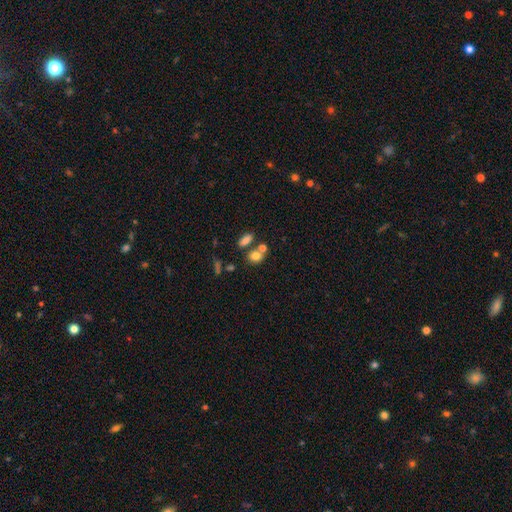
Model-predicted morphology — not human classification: Smooth or featured? smooth (77%)
How rounded? round (53%)
Merging? none (51%)